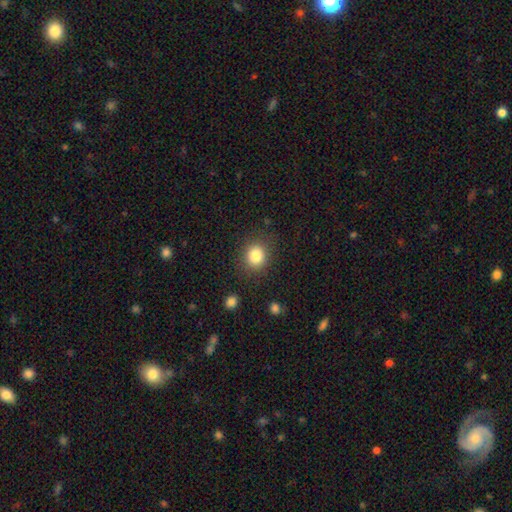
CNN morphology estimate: This is clearly a smooth galaxy (83%). How rounded: likely round (78%). Merging: clearly none (84%).